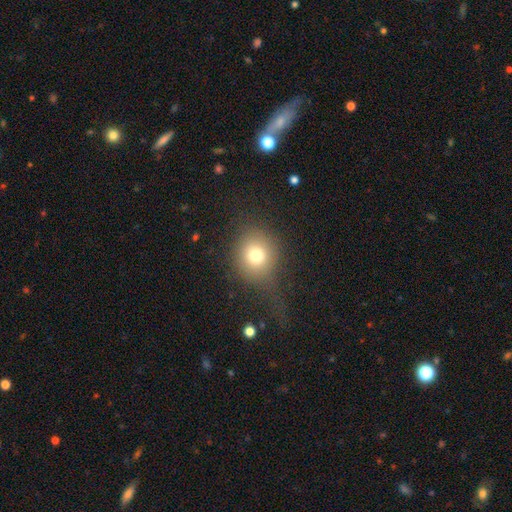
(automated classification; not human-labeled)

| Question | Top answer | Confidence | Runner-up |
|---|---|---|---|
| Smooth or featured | smooth | 76% | star or artifact (12%) |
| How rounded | round | 81% | in between (18%) |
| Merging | none | 58% | major disturbance (21%) |